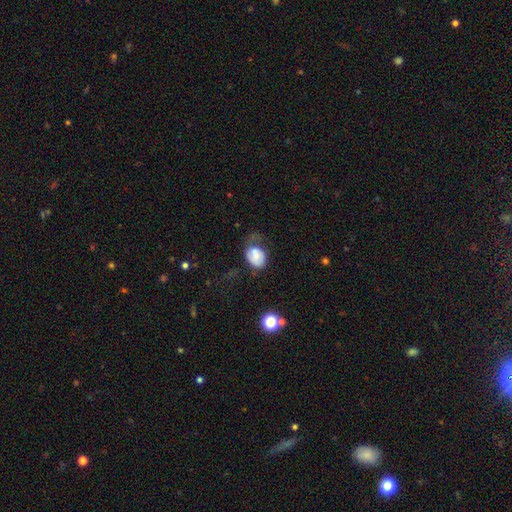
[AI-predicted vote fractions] Overall: smooth (63%; featured or disk 28%). How rounded: in between (68%; round 31%). Merging: major disturbance (35%; none 29%).